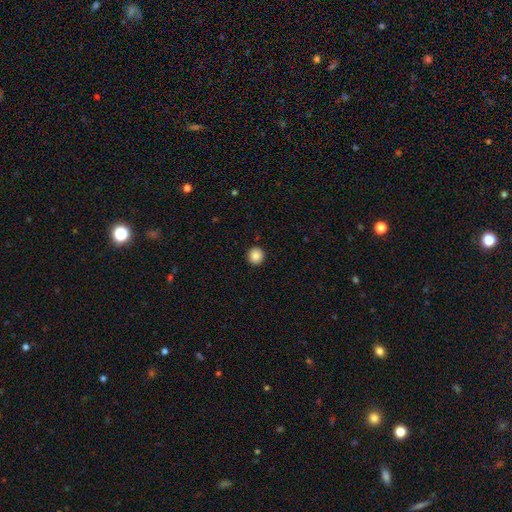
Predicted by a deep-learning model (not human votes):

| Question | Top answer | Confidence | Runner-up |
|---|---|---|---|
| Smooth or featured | smooth | 86% | star or artifact (9%) |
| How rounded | round | 95% | in between (5%) |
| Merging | none | 93% | minor disturbance (5%) |